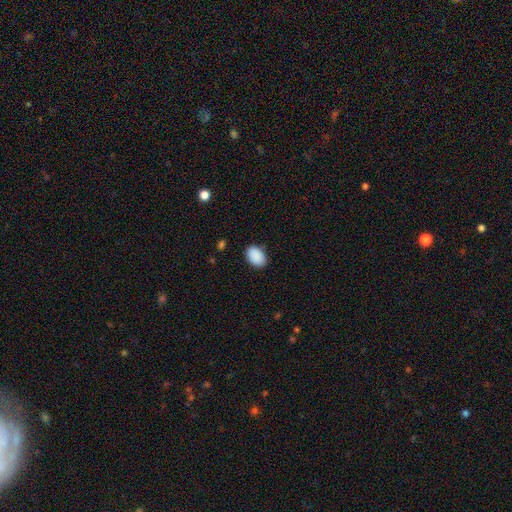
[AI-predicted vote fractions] Smooth or featured? smooth (90%)
How rounded? in between (84%)
Merging? none (85%)